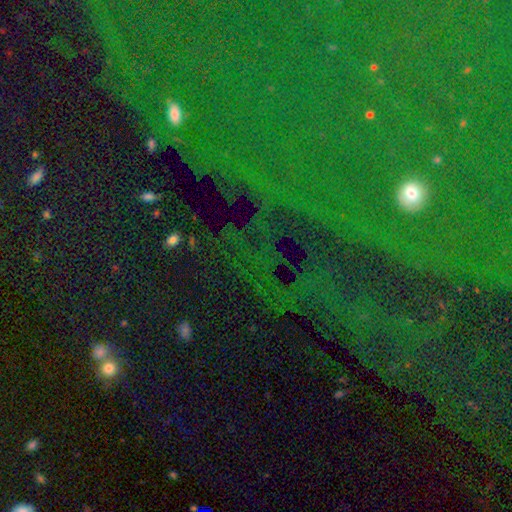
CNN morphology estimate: Overall: star or artifact (76%).